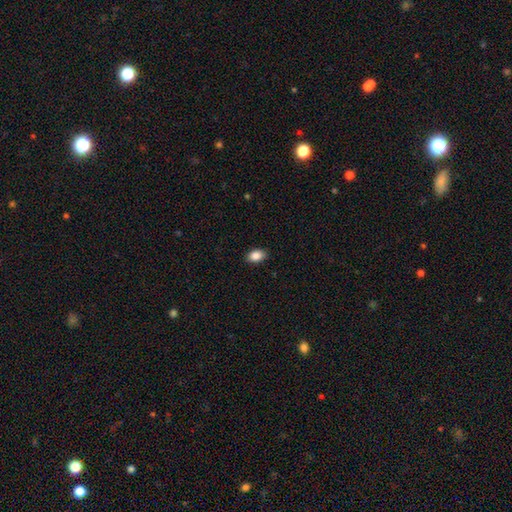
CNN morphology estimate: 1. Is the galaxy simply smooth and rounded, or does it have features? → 86% smooth, 8% star or artifact, 5% featured or disk.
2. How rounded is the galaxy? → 86% in between, 12% round, 1% cigar-shaped.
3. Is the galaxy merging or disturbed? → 89% none, 9% minor disturbance, 2% major disturbance, 1% merger.